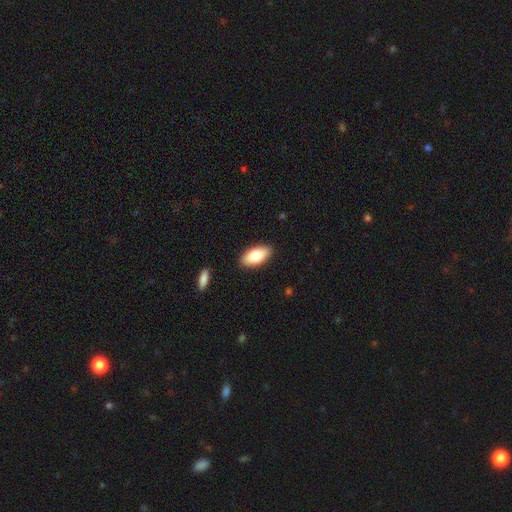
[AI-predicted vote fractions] smooth 78%, featured or disk 16%, star or artifact 6%. Down the decision tree: how rounded — in between (90%); merging — none (89%).